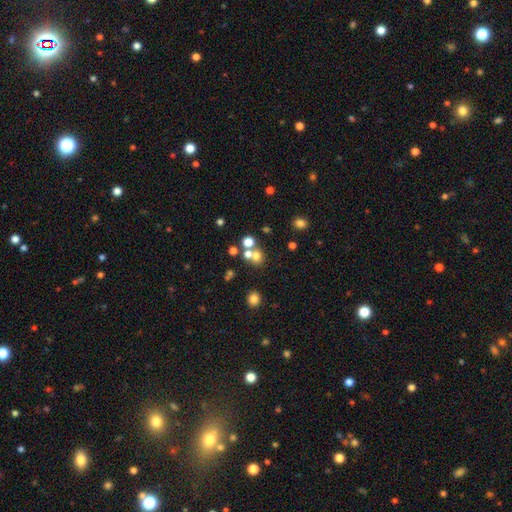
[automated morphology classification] Smooth or featured?
  - smooth: 64% *
  - star or artifact: 21%
  - featured or disk: 15%
How rounded?
  - round: 81% *
  - in between: 18%
  - cigar-shaped: 1%
Merging?
  - none: 49% *
  - merger: 40%
  - minor disturbance: 7%
  - major disturbance: 4%